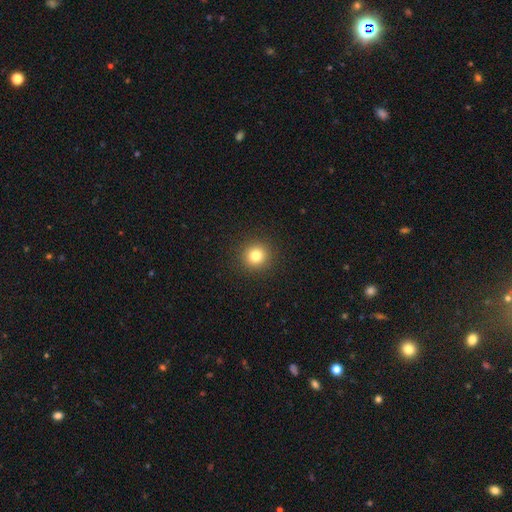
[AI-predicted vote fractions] Smooth or featured?
  - smooth: 80% *
  - star or artifact: 13%
  - featured or disk: 6%
How rounded?
  - round: 94% *
  - in between: 5%
  - cigar-shaped: 1%
Merging?
  - none: 93% *
  - minor disturbance: 5%
  - major disturbance: 2%
  - merger: 1%